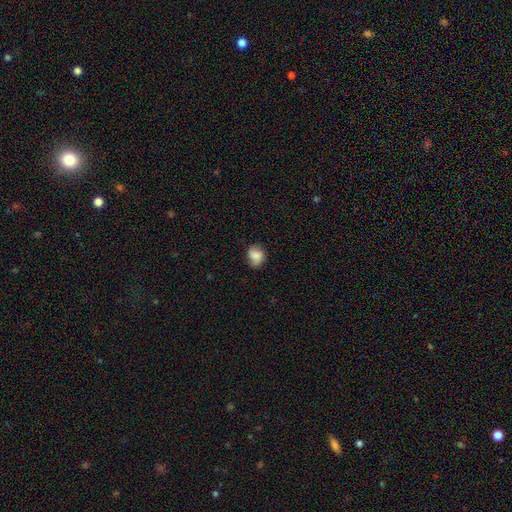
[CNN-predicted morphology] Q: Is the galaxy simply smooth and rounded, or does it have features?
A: smooth — 74%.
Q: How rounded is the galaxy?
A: round — 64%.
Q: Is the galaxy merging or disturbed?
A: none — 70%.